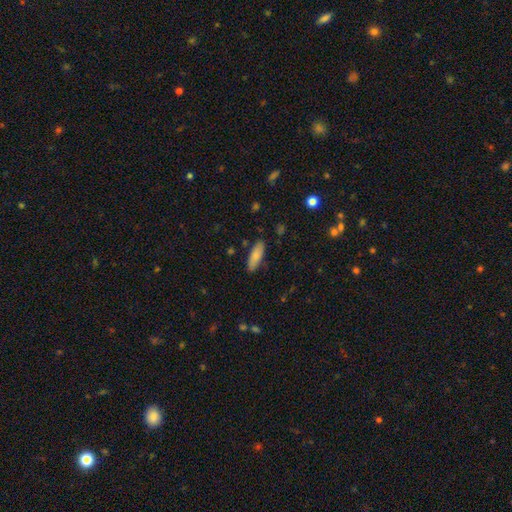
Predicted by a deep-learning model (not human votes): Smooth or featured: smooth — 82% (featured or disk — 12%)
How rounded: in between — 58% (cigar-shaped — 40%)
Merging: none — 84% (minor disturbance — 11%)